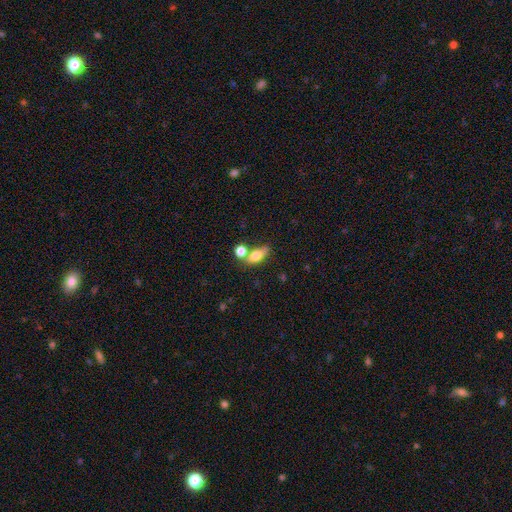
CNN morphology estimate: type=smooth (72%); roundness=in between (74%); merging=none (46%).